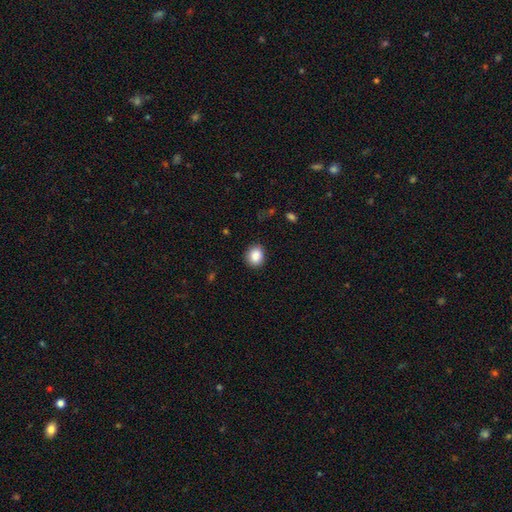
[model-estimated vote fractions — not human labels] smooth_or_featured: smooth (p=0.88) [alt: star or artifact p=0.08]
how_rounded: round (p=0.66) [alt: in between p=0.33]
merging: none (p=0.87) [alt: minor disturbance p=0.09]